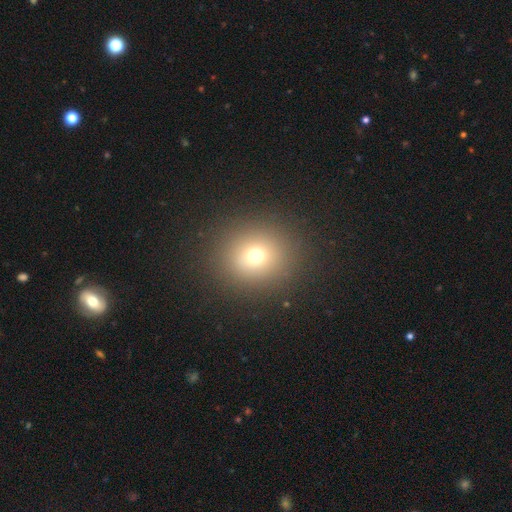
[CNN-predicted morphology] The model was most divided on "smooth or featured": smooth: 70%, star or artifact: 19%, featured or disk: 11%. More confident: merging — none (89%); how rounded — round (86%).